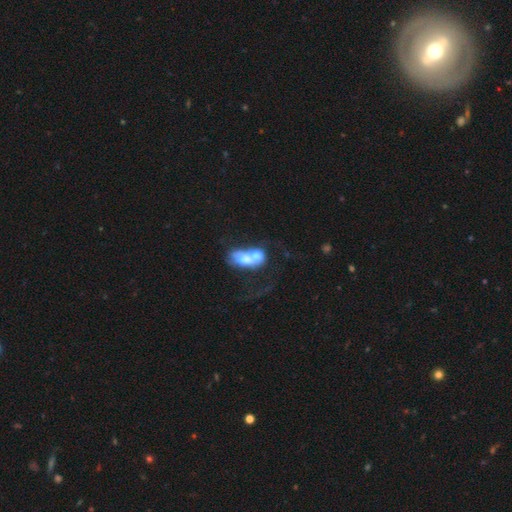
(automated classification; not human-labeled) Smooth or featured? featured or disk (46%)
Merging? merger (70%)